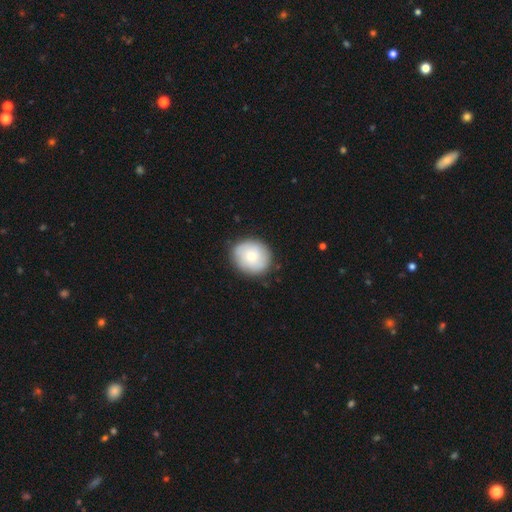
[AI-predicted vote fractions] Smooth or featured?
  - smooth: 70% *
  - featured or disk: 23%
  - star or artifact: 7%
How rounded?
  - round: 79% *
  - in between: 20%
  - cigar-shaped: 1%
Merging?
  - none: 85% *
  - minor disturbance: 11%
  - major disturbance: 3%
  - merger: 1%